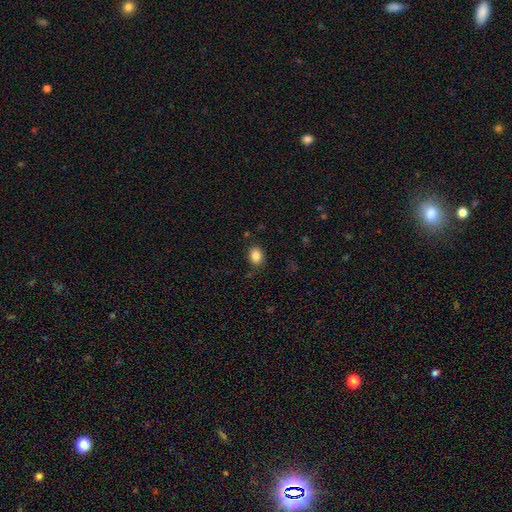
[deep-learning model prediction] A smooth galaxy with no disk features (85%) that is in between round and cigar-shaped (52%).

Vote fractions:
- Smooth or featured? smooth: 85% / star or artifact: 10% / featured or disk: 5%
- How rounded? in between: 52% / round: 47% / cigar-shaped: 1%
- Merging? none: 84% / minor disturbance: 11% / major disturbance: 3% / merger: 2%